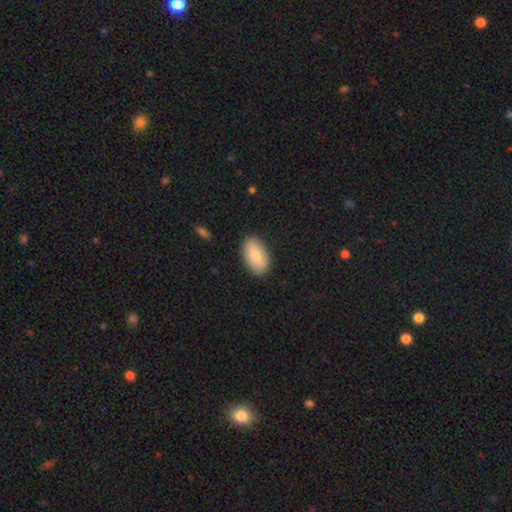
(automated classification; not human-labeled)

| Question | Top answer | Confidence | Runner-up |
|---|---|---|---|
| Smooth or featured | smooth | 80% | featured or disk (14%) |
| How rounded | in between | 93% | round (4%) |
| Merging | none | 87% | minor disturbance (9%) |